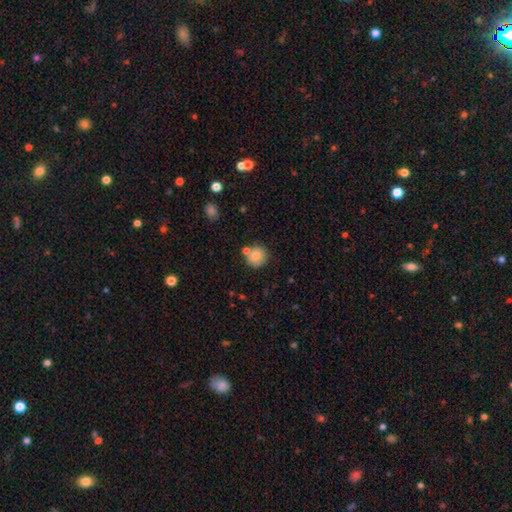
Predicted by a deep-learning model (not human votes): Q: Smooth or featured?
A: smooth (83%); runner-up: featured or disk (8%)
Q: How rounded?
A: round (89%); runner-up: in between (10%)
Q: Merging?
A: none (68%); runner-up: merger (16%)